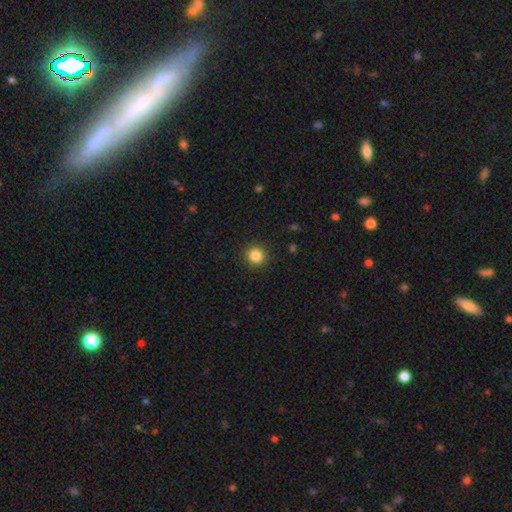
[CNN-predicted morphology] Smooth or featured?
  - smooth: 85% *
  - star or artifact: 11%
  - featured or disk: 4%
How rounded?
  - round: 93% *
  - in between: 6%
  - cigar-shaped: 1%
Merging?
  - none: 91% *
  - minor disturbance: 6%
  - major disturbance: 2%
  - merger: 1%